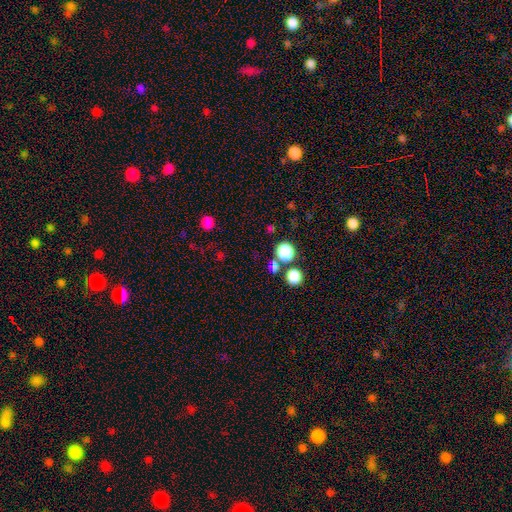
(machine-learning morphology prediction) Overall: smooth (64%; star or artifact 30%). How rounded: round (87%). Merging: none (76%).